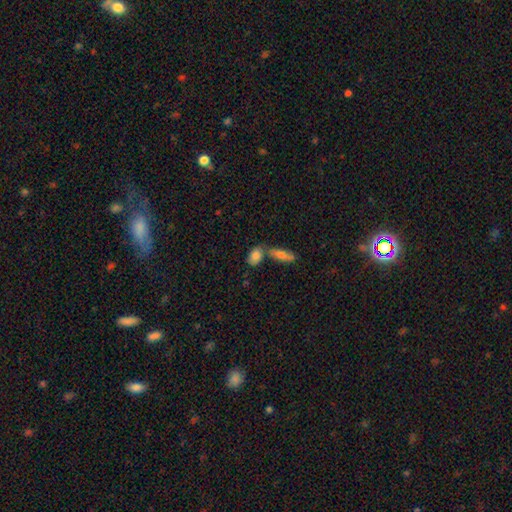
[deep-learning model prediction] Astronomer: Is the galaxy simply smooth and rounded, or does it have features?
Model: smooth — 81%.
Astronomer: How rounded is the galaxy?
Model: in between — 85%.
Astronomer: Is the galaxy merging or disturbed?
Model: none — 49% (runner-up: merger, 35%).